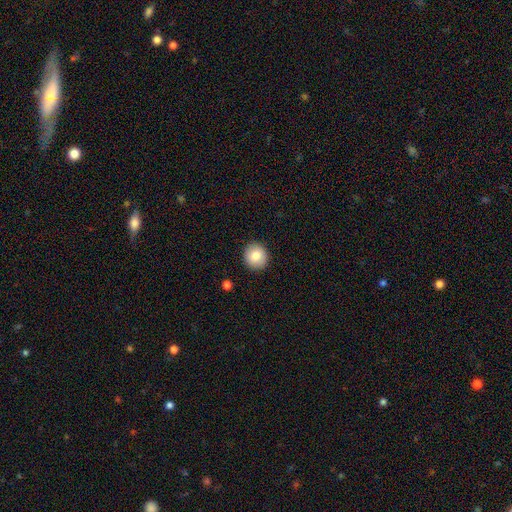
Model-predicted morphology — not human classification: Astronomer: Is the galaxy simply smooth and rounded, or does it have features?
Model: smooth — 84%.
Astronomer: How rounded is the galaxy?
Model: round — 90%.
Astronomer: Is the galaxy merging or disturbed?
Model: none — 92%.